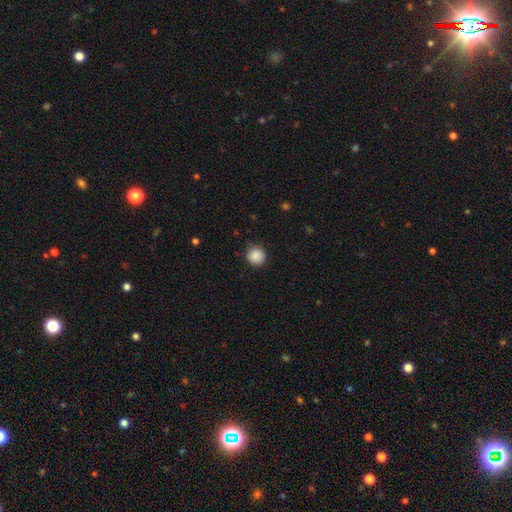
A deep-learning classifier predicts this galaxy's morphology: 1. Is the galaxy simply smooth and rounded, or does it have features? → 88% smooth, 9% star or artifact, 3% featured or disk.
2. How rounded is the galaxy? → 91% round, 8% in between, 1% cigar-shaped.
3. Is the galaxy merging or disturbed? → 85% none, 11% minor disturbance, 2% major disturbance, 1% merger.